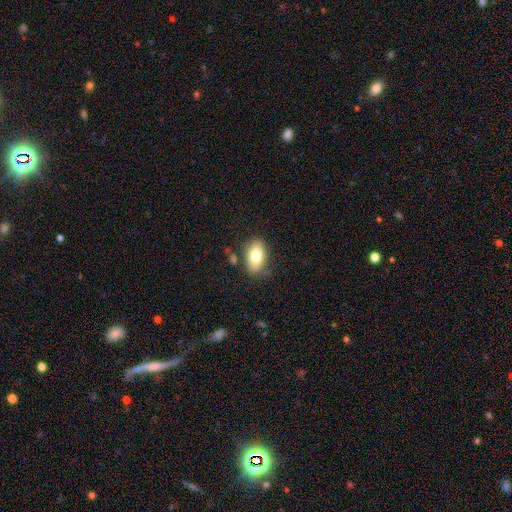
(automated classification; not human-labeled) Smooth or featured? smooth (75%)
How rounded? in between (88%)
Merging? none (78%)